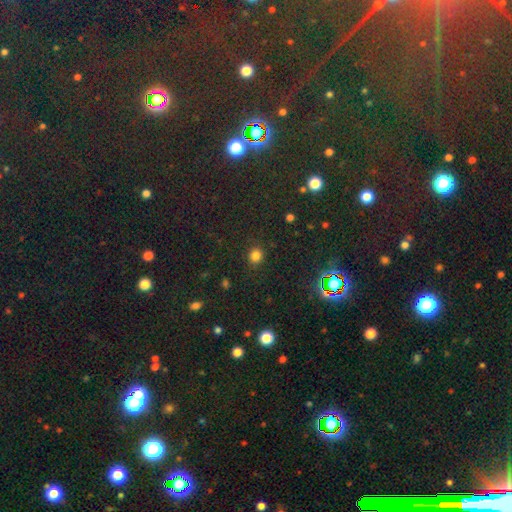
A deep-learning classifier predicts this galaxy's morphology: Q: Smooth or featured?
A: smooth (78%); runner-up: star or artifact (17%)
Q: How rounded?
A: round (82%); runner-up: in between (17%)
Q: Merging?
A: none (87%); runner-up: minor disturbance (8%)